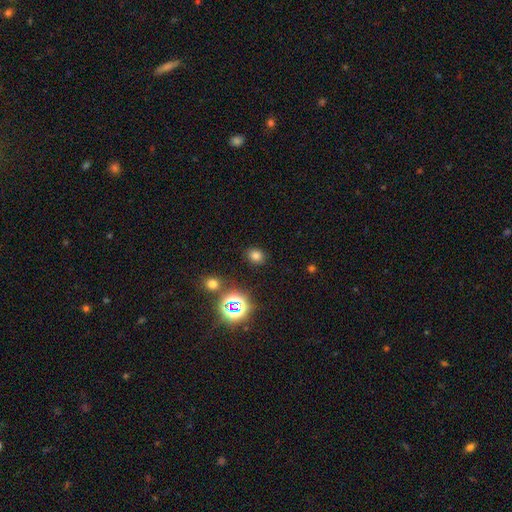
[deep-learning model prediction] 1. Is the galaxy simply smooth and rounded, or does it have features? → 73% smooth, 21% star or artifact, 5% featured or disk.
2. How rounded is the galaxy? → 63% round, 36% in between, 1% cigar-shaped.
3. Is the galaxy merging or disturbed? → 87% none, 8% minor disturbance, 3% major disturbance, 2% merger.